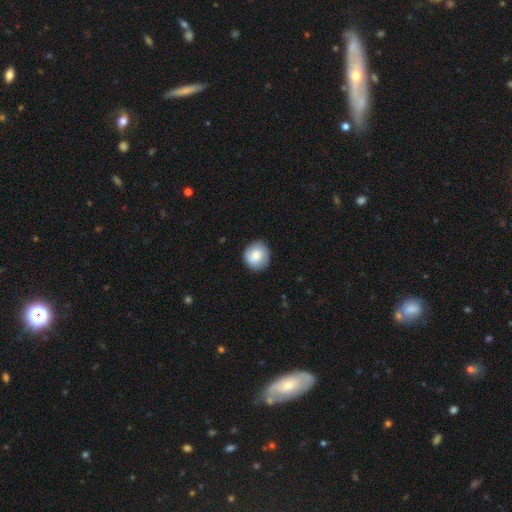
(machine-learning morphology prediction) smooth 80%, featured or disk 13%, star or artifact 7%. Down the decision tree: how rounded — round (89%); merging — none (84%).